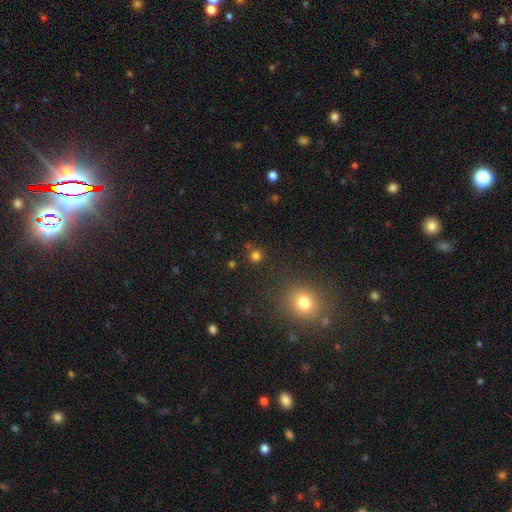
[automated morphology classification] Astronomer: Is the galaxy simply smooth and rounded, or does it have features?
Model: smooth — 73%.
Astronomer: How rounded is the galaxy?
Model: round — 92%.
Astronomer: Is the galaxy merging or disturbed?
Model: none — 81%.